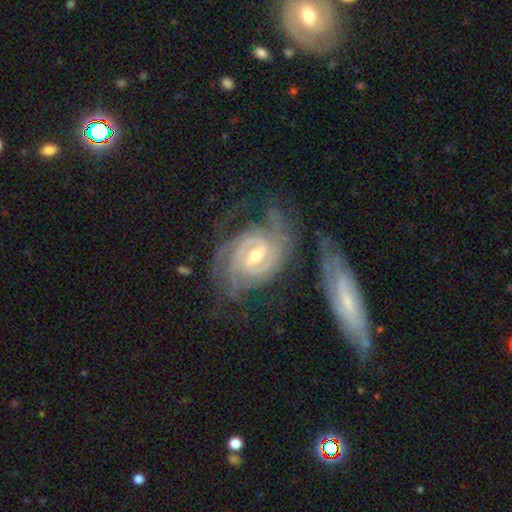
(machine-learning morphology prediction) type=featured or disk (91%); edge-on=no (96%); bar=weak (50%); spiral arms=yes (98%); winding=tight (70%); arm count=2 (35%); bulge=moderate (57%); merging=none (60%).